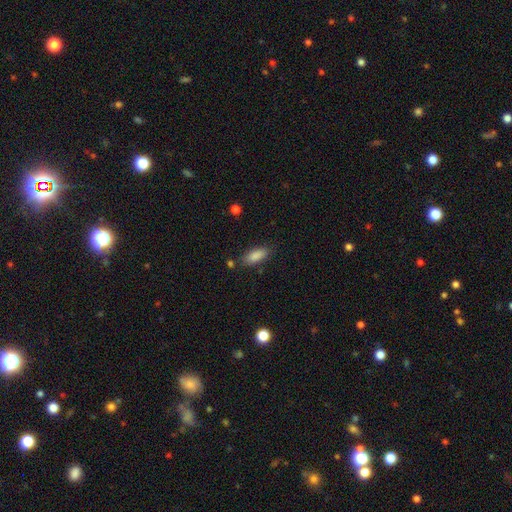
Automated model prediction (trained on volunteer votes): This appears to be a smooth galaxy with no disk features (87%) that is in between round and cigar-shaped (79%). Merging: none (81%).